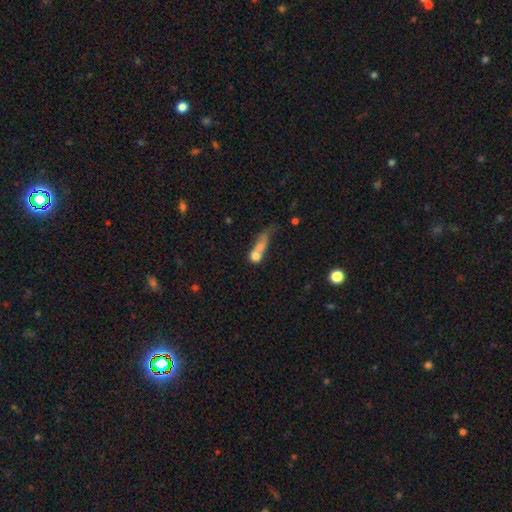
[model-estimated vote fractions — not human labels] Q: Smooth or featured?
A: smooth (64%); runner-up: featured or disk (24%)
Q: How rounded?
A: round (40%); runner-up: in between (39%)
Q: Merging?
A: merger (56%); runner-up: major disturbance (18%)